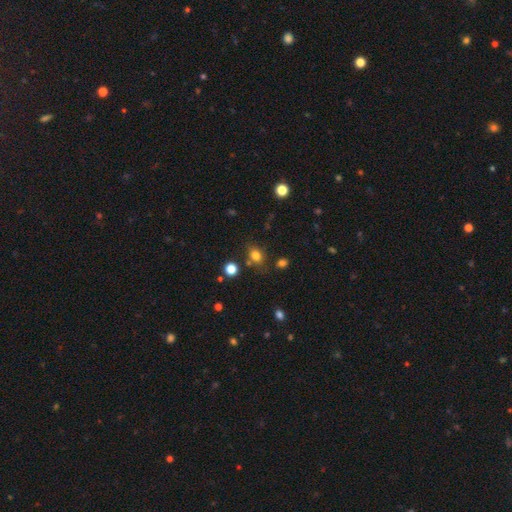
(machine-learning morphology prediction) type=smooth (78%); roundness=in between (52%); merging=none (74%).